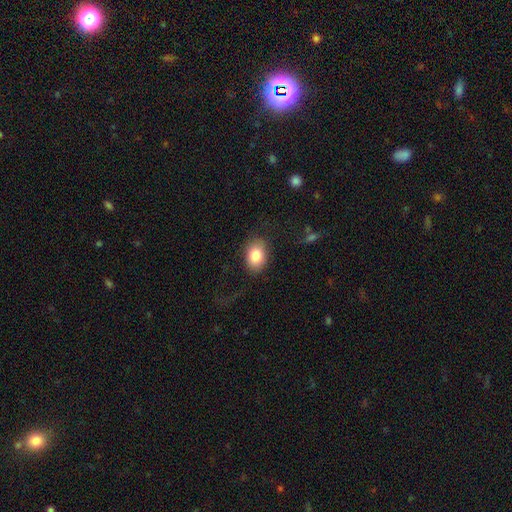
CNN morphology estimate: This is clearly a smooth galaxy (82%). How rounded: likely in between (75%). Merging: likely none (77%).